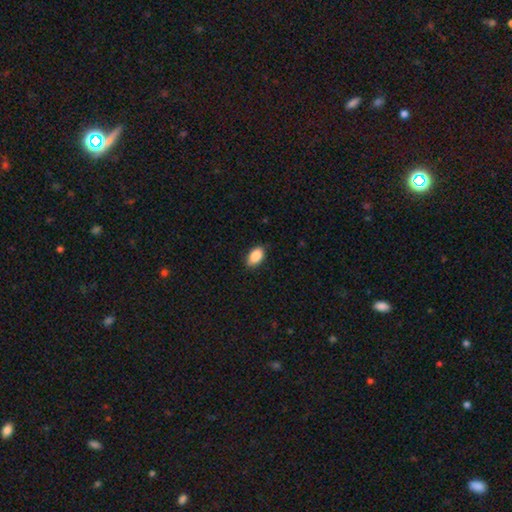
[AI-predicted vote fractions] smooth-or-featured: smooth: 89% | star or artifact: 7% | featured or disk: 4%
  how-rounded: in between: 93% | round: 5% | cigar-shaped: 2%
  merging: none: 85% | minor disturbance: 12% | major disturbance: 2% | merger: 1%